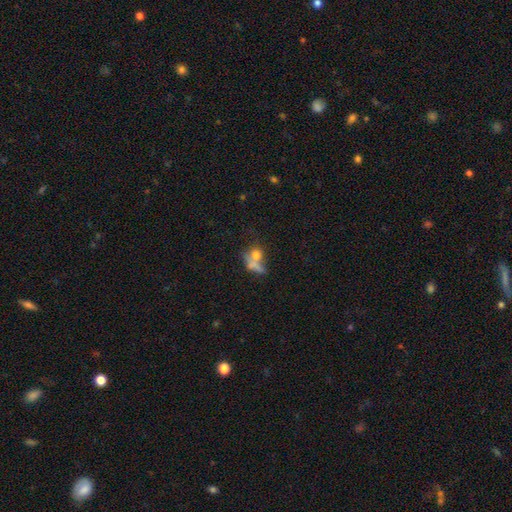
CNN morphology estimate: Smooth or featured: smooth — 67% (featured or disk — 21%)
How rounded: round — 59% (in between — 34%)
Merging: merger — 47% (none — 30%)